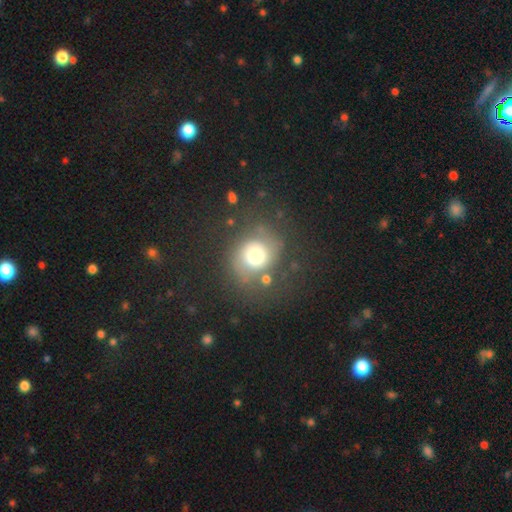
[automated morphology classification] A smooth galaxy with no disk features (60%) that is round (76%). Merging: none (63%).